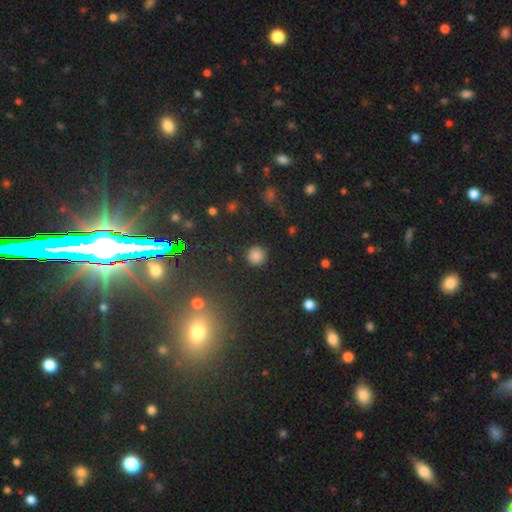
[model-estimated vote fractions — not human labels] smooth-or-featured: smooth: 83% | star or artifact: 12% | featured or disk: 5%
  how-rounded: round: 94% | in between: 5% | cigar-shaped: 1%
  merging: none: 90% | minor disturbance: 6% | major disturbance: 2% | merger: 1%